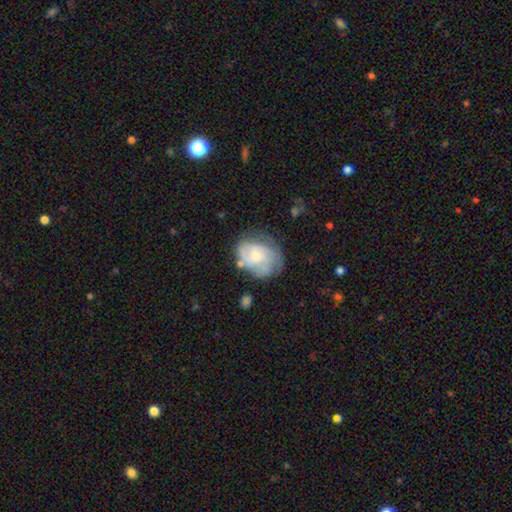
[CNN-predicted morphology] Smooth or featured: featured or disk — 60% (smooth — 33%)
Edge-on disk: no — 97% (yes — 3%)
Bar: no — 75% (weak — 22%)
Spiral arms: yes — 78% (no — 22%)
Bulge size: small — 55% (moderate — 36%)
Merging: none — 53% (minor disturbance — 27%)